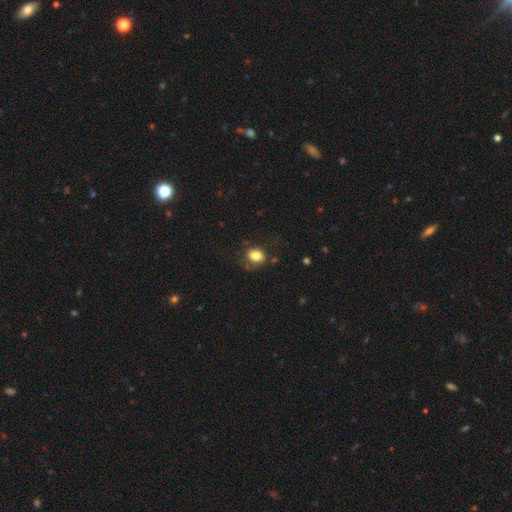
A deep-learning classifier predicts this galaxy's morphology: type=smooth (82%); roundness=in between (61%); merging=none (68%).